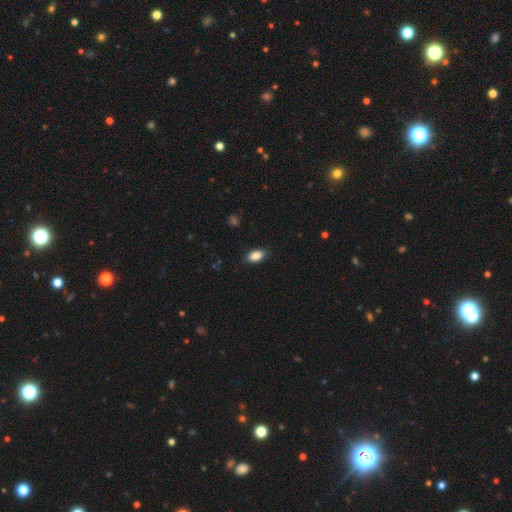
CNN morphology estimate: Smooth or featured?
  - smooth: 87% *
  - star or artifact: 7%
  - featured or disk: 5%
How rounded?
  - in between: 91% *
  - round: 5%
  - cigar-shaped: 4%
Merging?
  - none: 83% *
  - minor disturbance: 13%
  - major disturbance: 3%
  - merger: 1%